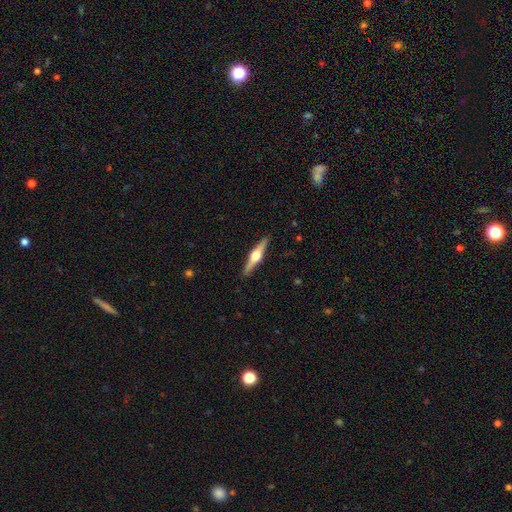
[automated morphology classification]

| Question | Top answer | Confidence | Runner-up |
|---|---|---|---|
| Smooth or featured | featured or disk | 73% | smooth (22%) |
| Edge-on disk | yes | 98% | no (2%) |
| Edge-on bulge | rounded | 95% | boxy (3%) |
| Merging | none | 91% | minor disturbance (6%) |